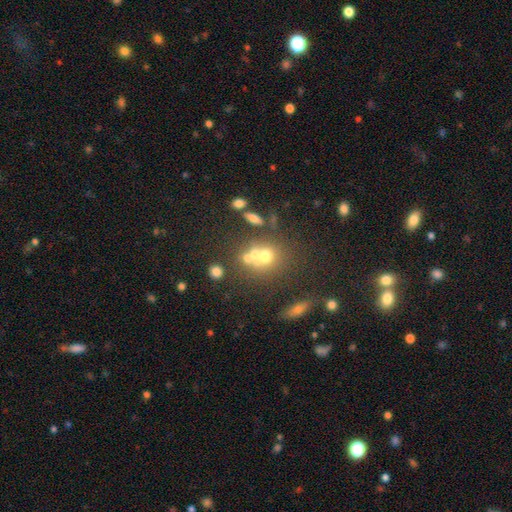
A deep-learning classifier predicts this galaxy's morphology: Smooth or featured? smooth (52%)
How rounded? round (72%)
Merging? none (44%)